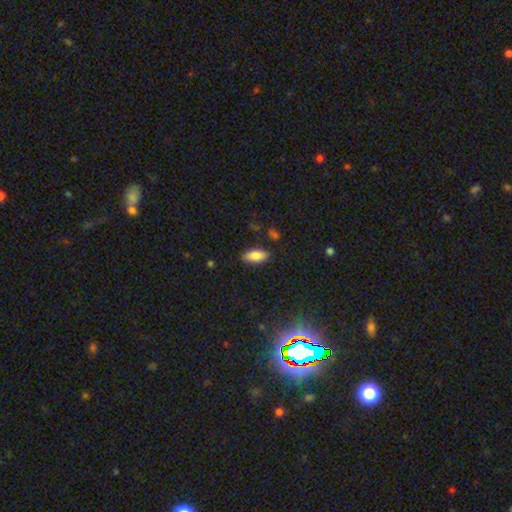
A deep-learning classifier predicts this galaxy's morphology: smooth_or_featured: smooth (p=0.84) [alt: featured or disk p=0.08]
how_rounded: in between (p=0.87) [alt: cigar-shaped p=0.11]
merging: none (p=0.84) [alt: minor disturbance p=0.12]